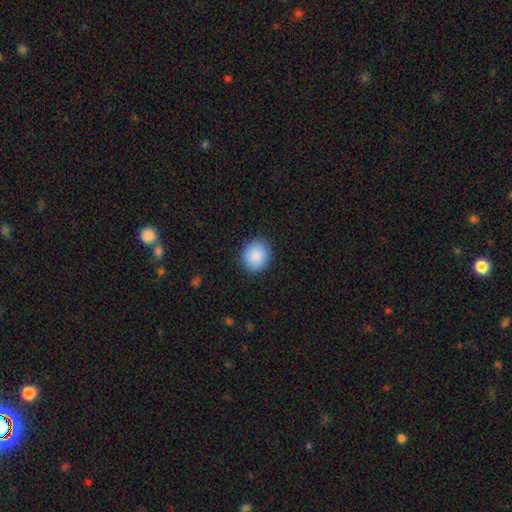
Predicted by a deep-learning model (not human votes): This appears to be a smooth galaxy with no disk features (89%) that is round (74%). Merging: none (89%).